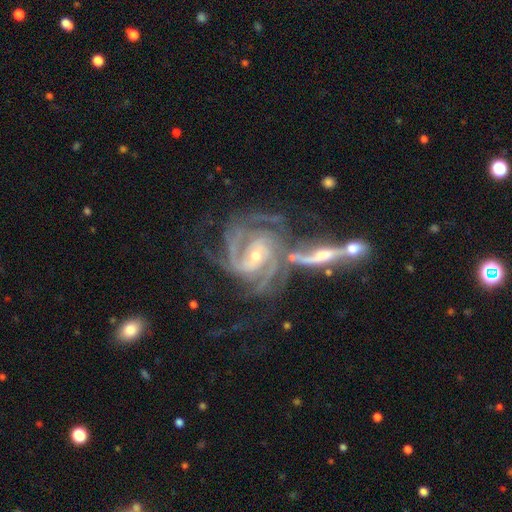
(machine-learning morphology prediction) Q: Smooth or featured?
A: featured or disk (90%); runner-up: star or artifact (6%)
Q: Edge-on disk?
A: no (96%); runner-up: yes (4%)
Q: Bar?
A: weak (40%); runner-up: strong (31%)
Q: Spiral arms?
A: yes (97%); runner-up: no (3%)
Q: Spiral winding?
A: tight (54%); runner-up: medium (38%)
Q: Spiral arm count?
A: 2 (37%); runner-up: 3 (28%)
Q: Bulge size?
A: small (58%); runner-up: moderate (38%)
Q: Merging?
A: none (37%); runner-up: merger (36%)